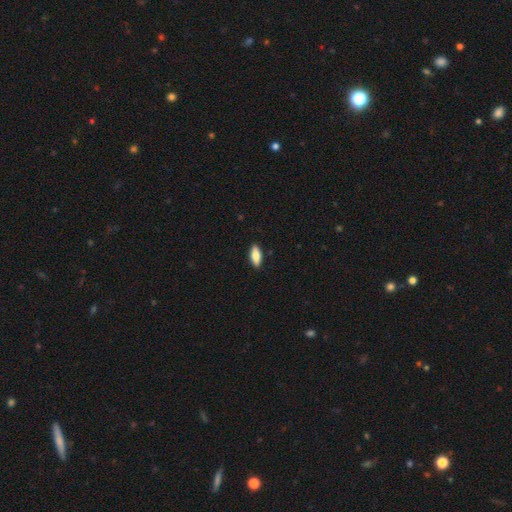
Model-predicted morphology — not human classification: This is clearly a smooth galaxy (82%). How rounded: likely in between (74%). Merging: clearly none (89%).